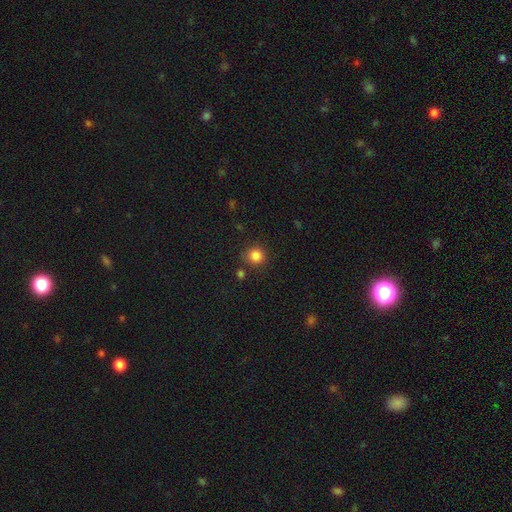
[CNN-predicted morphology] Smooth or featured? Predicted: smooth (p=0.84). How rounded? Predicted: round (p=0.92). Merging? Predicted: none (p=0.83).